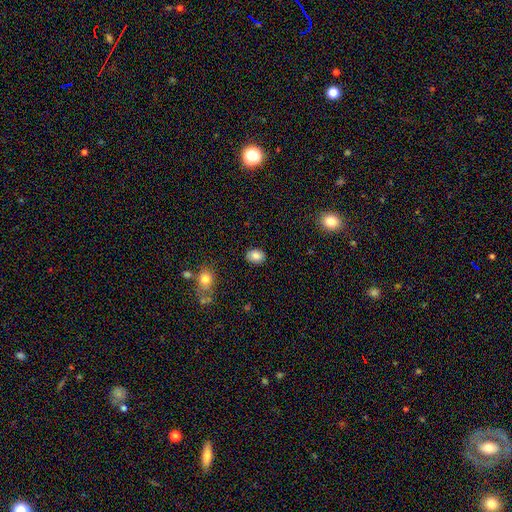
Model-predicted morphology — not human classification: Q: Smooth or featured?
A: smooth (84%); runner-up: star or artifact (9%)
Q: How rounded?
A: in between (67%); runner-up: round (32%)
Q: Merging?
A: none (87%); runner-up: minor disturbance (9%)